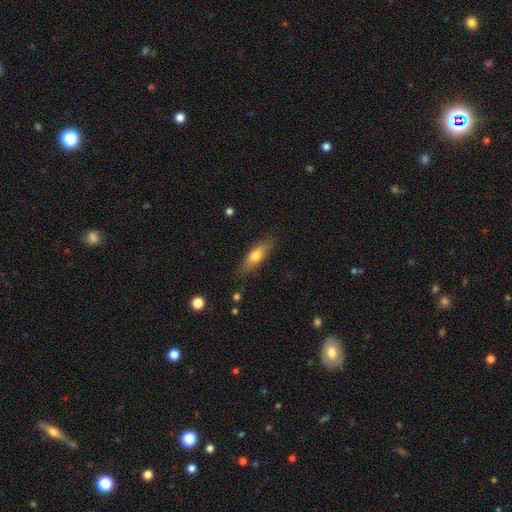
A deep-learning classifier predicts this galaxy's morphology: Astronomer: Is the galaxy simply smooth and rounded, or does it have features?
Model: smooth — 71%.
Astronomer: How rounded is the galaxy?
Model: in between — 59% (runner-up: cigar-shaped, 38%).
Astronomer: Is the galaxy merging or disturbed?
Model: none — 82%.